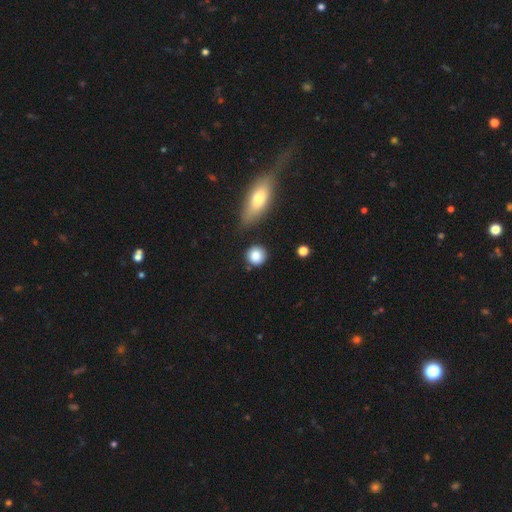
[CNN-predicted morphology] Smooth or featured?
  - smooth: 86% *
  - star or artifact: 8%
  - featured or disk: 6%
How rounded?
  - round: 90% *
  - in between: 8%
  - cigar-shaped: 2%
Merging?
  - none: 81% *
  - minor disturbance: 11%
  - merger: 5%
  - major disturbance: 4%